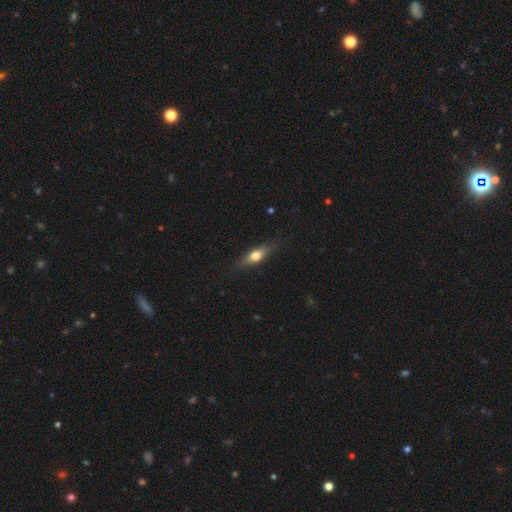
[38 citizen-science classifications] Smooth or featured?
  - smooth: 68% *
  - featured or disk: 24%
  - star or artifact: 8%
How rounded?
  - in between: 62% *
  - cigar-shaped: 35%
  - round: 4%
Merging?
  - none: 80% *
  - minor disturbance: 11%
  - major disturbance: 6%
  - merger: 3%